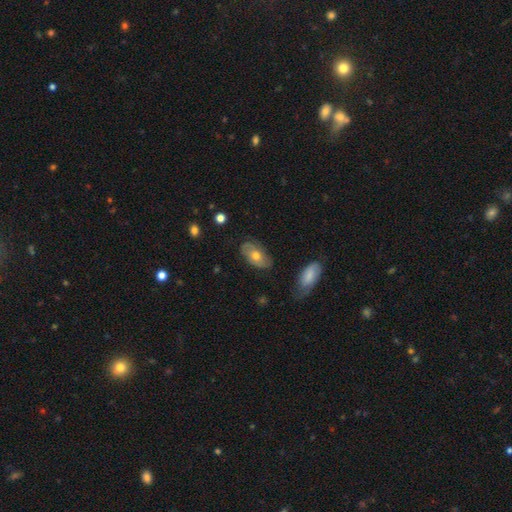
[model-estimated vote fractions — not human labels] Smooth or featured?
  - smooth: 58% *
  - featured or disk: 35%
  - star or artifact: 7%
How rounded?
  - in between: 91% *
  - round: 6%
  - cigar-shaped: 3%
Merging?
  - none: 69% *
  - minor disturbance: 23%
  - major disturbance: 6%
  - merger: 2%